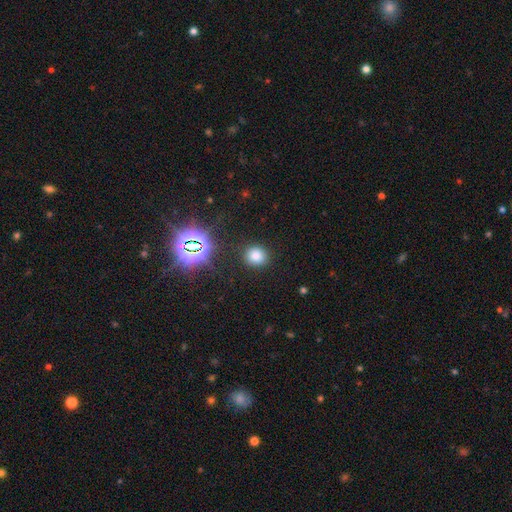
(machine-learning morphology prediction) This is likely a smooth galaxy (75%). How rounded: clearly round (81%). Merging: clearly none (87%).